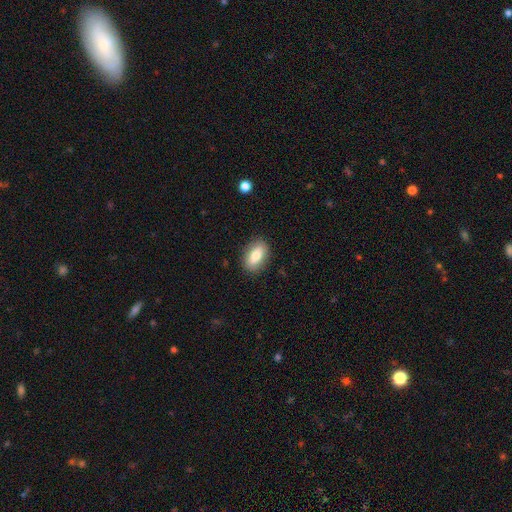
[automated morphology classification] type=smooth (78%); roundness=in between (89%); merging=none (85%).